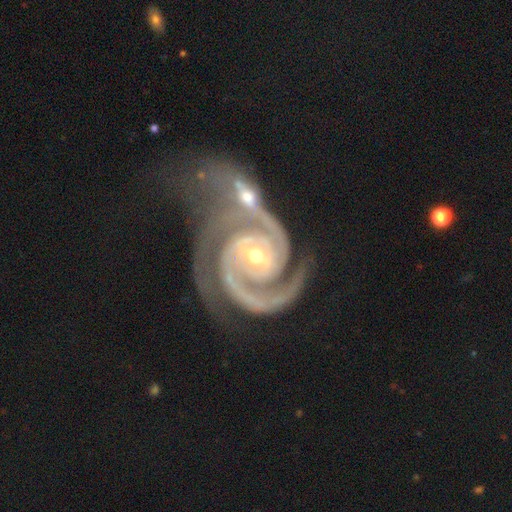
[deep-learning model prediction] Overall: featured or disk (94%). Edge-on disk: no (98%). Bar: no (37%; weak 36%). Spiral arms: yes (99%). Spiral arm count: 2 (82%). Spiral winding: tight (66%; medium 30%). Bulge size: moderate (49%; small 47%). Merging: merger (41%; none 33%).